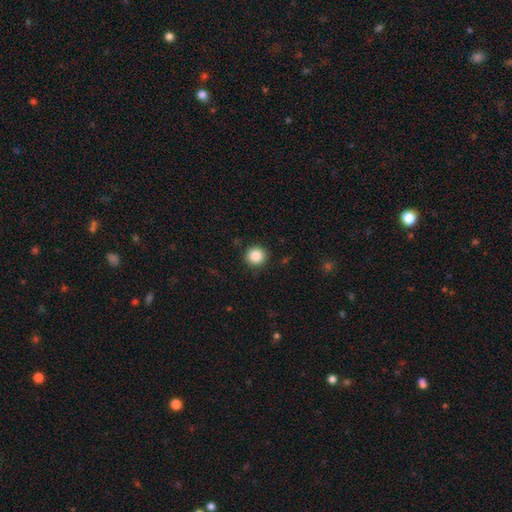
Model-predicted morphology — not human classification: A smooth galaxy with no disk features (86%) that is round (95%). Merging: none (91%).